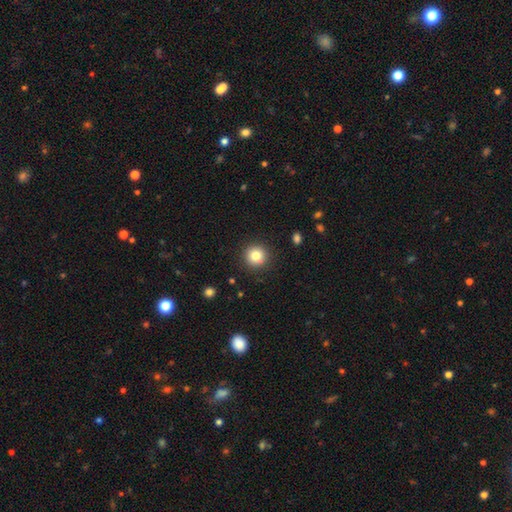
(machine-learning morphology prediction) A smooth galaxy with no disk features (82%) that is round (95%). Merging: none (91%).